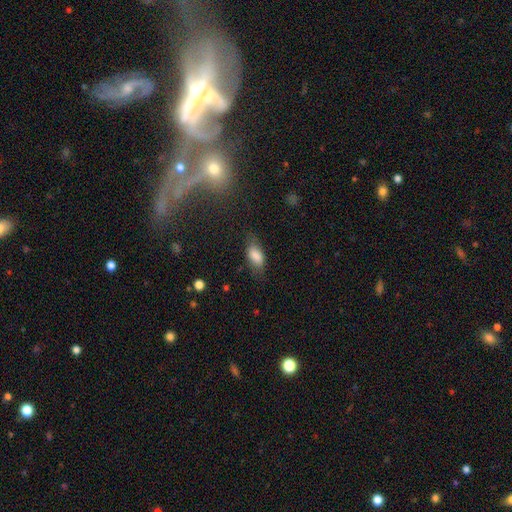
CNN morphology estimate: type=smooth (80%); roundness=in between (86%); merging=none (67%).